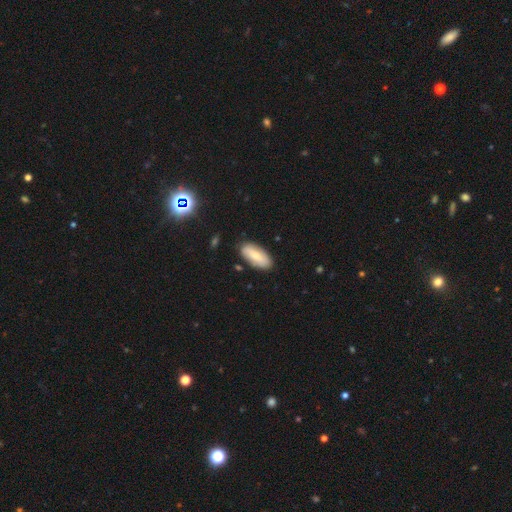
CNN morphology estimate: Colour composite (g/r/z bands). It shows a smooth galaxy with no disk features (67%) that is in between round and cigar-shaped (85%). Merging: none (83%).